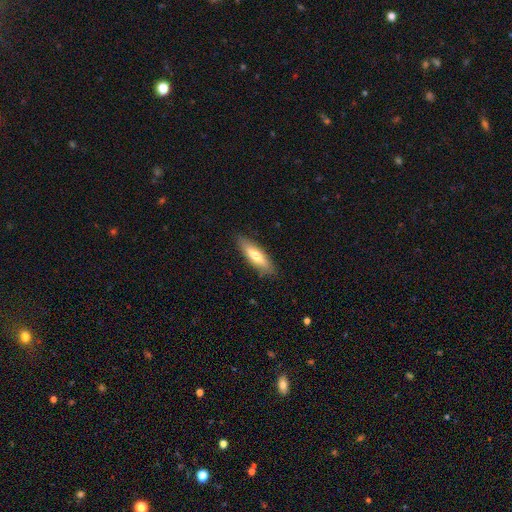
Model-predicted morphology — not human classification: Q: Smooth or featured?
A: smooth (69%); runner-up: featured or disk (25%)
Q: How rounded?
A: cigar-shaped (58%); runner-up: in between (41%)
Q: Merging?
A: none (86%); runner-up: minor disturbance (10%)